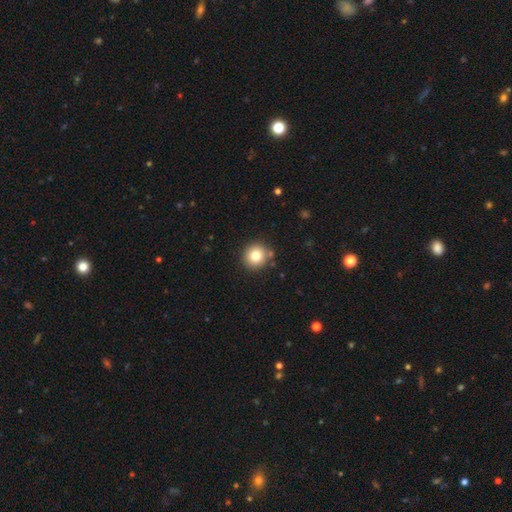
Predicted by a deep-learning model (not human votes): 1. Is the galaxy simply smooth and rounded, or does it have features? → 80% smooth, 11% star or artifact, 9% featured or disk.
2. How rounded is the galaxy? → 91% round, 9% in between, 1% cigar-shaped.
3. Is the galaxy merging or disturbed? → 86% none, 8% minor disturbance, 4% merger, 2% major disturbance.